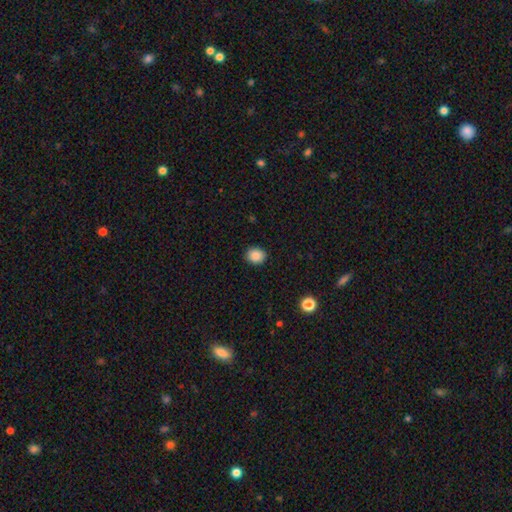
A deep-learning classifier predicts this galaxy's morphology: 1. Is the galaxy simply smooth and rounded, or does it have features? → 88% smooth, 9% star or artifact, 3% featured or disk.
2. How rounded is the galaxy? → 60% round, 39% in between, 1% cigar-shaped.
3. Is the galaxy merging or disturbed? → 90% none, 7% minor disturbance, 2% major disturbance, 1% merger.